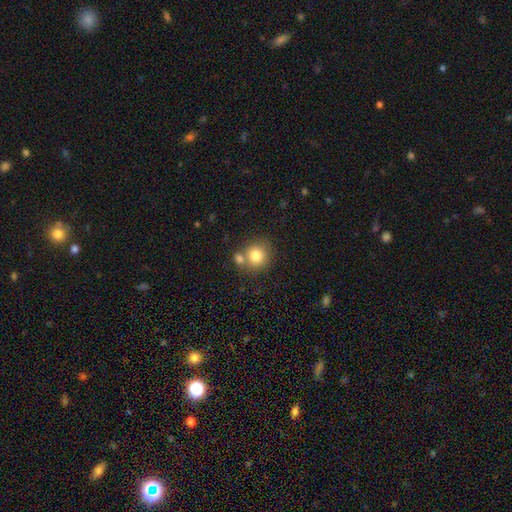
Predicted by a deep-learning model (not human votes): Smooth or featured? smooth (80%)
How rounded? round (85%)
Merging? none (58%)